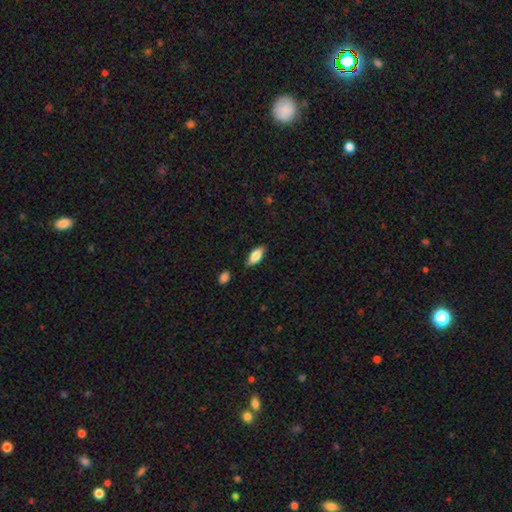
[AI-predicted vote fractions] Smooth or featured?
  - smooth: 71% *
  - featured or disk: 23%
  - star or artifact: 7%
How rounded?
  - in between: 79% *
  - cigar-shaped: 19%
  - round: 3%
Merging?
  - none: 82% *
  - minor disturbance: 13%
  - major disturbance: 3%
  - merger: 2%